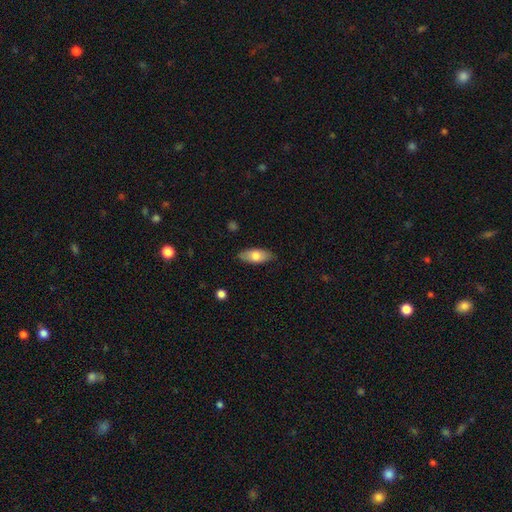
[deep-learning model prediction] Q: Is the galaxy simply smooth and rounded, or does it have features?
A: smooth — 76%.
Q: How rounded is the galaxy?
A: in between — 84%.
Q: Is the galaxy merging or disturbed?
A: none — 85%.